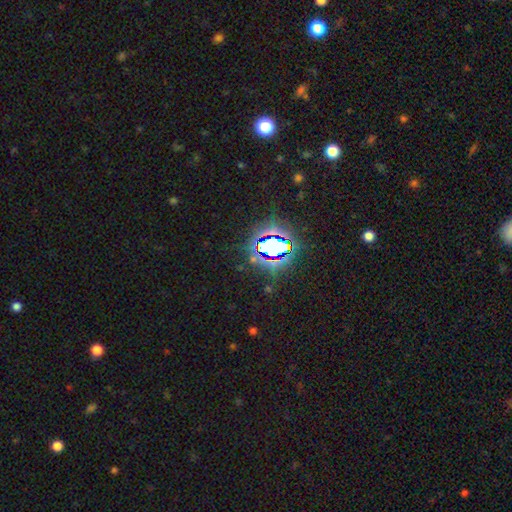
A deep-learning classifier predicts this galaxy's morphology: A star or artifact, not a galaxy (78%).